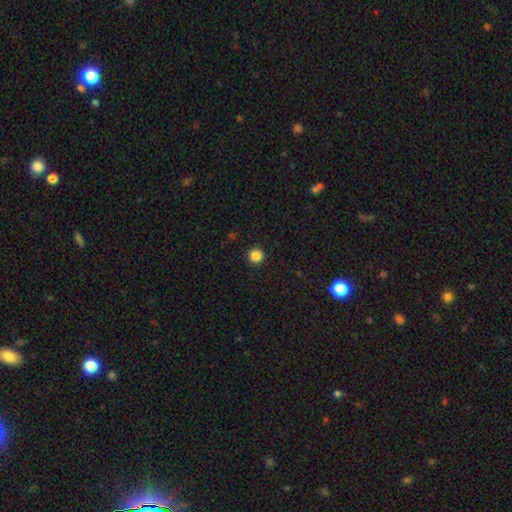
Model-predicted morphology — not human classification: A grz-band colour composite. It shows a smooth galaxy with no disk features (85%) that is round (95%). Merging: none (93%).